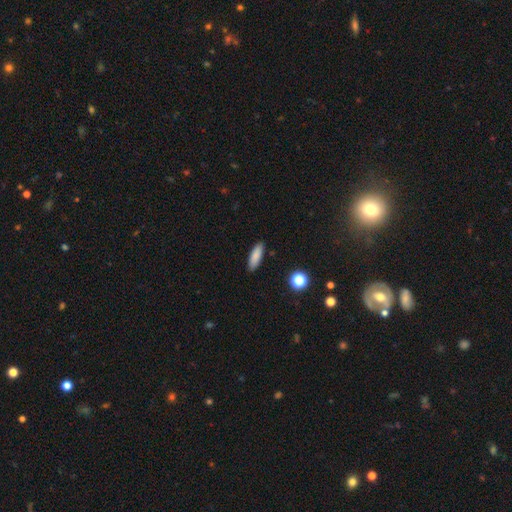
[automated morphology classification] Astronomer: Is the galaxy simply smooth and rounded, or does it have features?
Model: smooth — 85%.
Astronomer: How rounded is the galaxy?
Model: in between — 56% (runner-up: cigar-shaped, 41%).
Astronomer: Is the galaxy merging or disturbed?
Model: none — 88%.